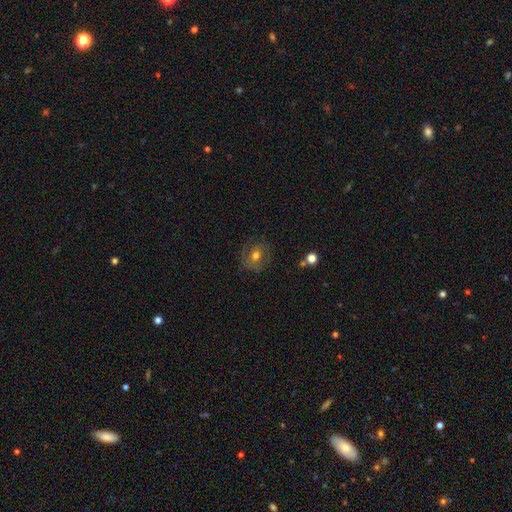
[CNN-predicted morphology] The model was most divided on "smooth or featured": smooth: 54%, featured or disk: 35%, star or artifact: 11%. More confident: how rounded — round (75%); merging — none (74%).